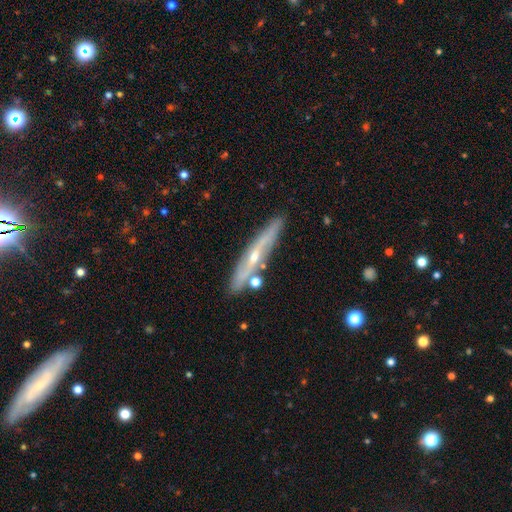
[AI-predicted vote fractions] Smooth or featured? Predicted: featured or disk (p=0.67). Edge-on disk? Predicted: yes (p=0.89). Edge-on bulge? Predicted: rounded (p=0.79). Merging? Predicted: none (p=0.82).